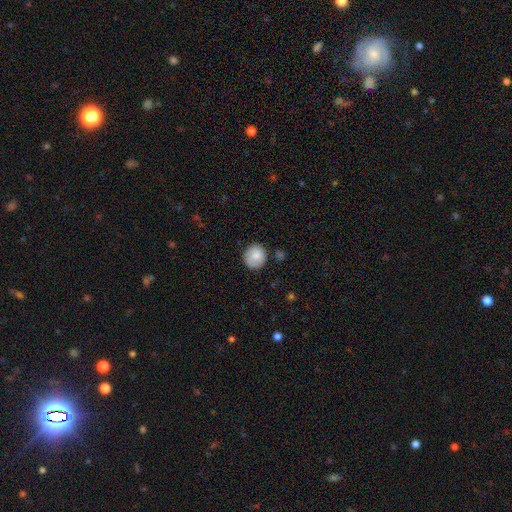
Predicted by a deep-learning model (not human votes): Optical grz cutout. It shows a smooth galaxy with no disk features (80%) that is round (87%). Merging: none (79%).